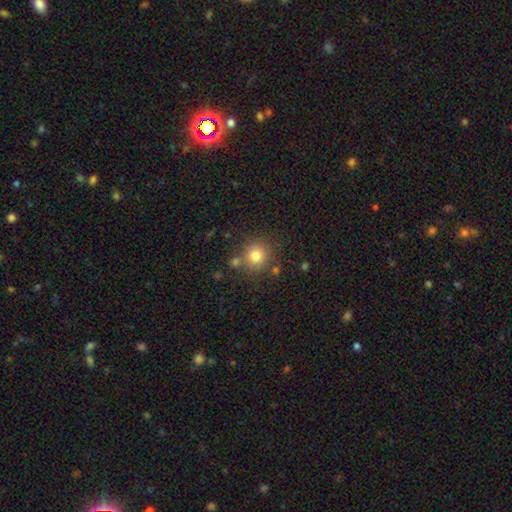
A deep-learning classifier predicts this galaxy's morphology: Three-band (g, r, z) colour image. It shows a smooth galaxy with no disk features (80%) that is round (89%). Merging: none (76%).